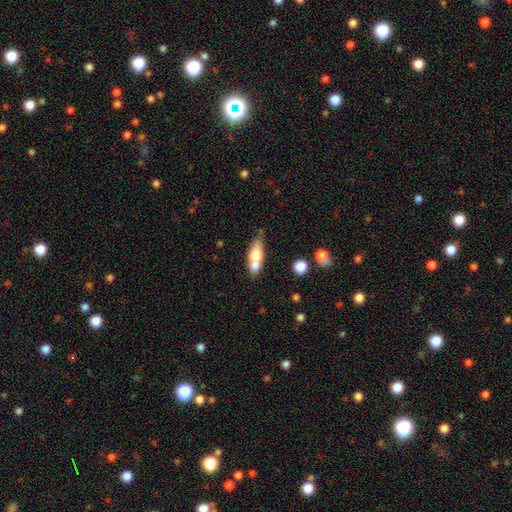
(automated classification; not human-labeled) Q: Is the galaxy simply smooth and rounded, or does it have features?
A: smooth — 59%.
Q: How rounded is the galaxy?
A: in between — 57%.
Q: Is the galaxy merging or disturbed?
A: merger — 45%.